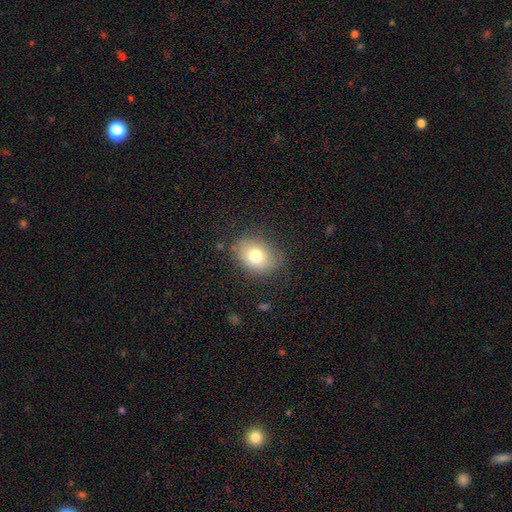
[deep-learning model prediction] smooth 76%, featured or disk 14%, star or artifact 10%. Down the decision tree: how rounded — in between (60%); merging — none (77%).